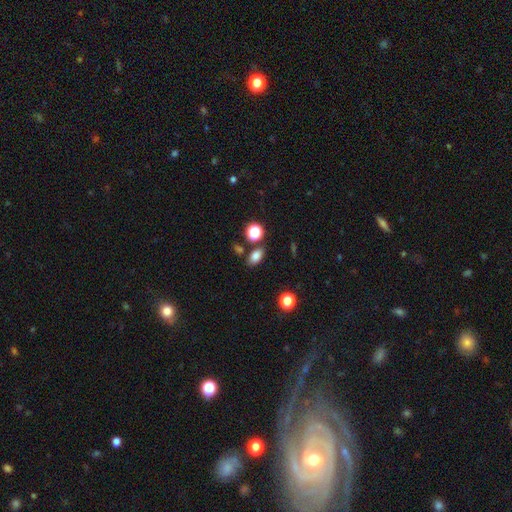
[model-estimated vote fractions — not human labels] smooth 80%, star or artifact 14%, featured or disk 7%. Down the decision tree: how rounded — in between (81%); merging — none (76%).